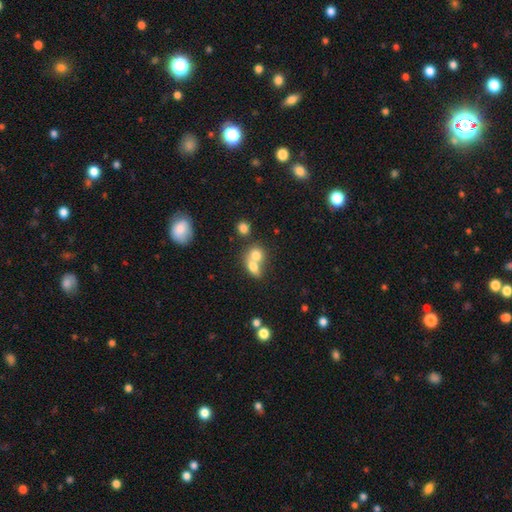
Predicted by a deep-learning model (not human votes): Smooth or featured? smooth (73%)
How rounded? round (50%)
Merging? merger (68%)